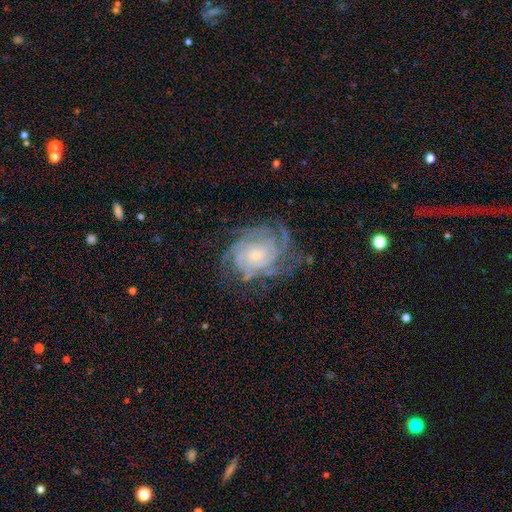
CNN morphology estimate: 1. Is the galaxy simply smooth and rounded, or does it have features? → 88% featured or disk, 6% star or artifact, 6% smooth.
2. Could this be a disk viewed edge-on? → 97% no, 3% yes.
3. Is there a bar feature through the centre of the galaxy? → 76% no, 20% weak, 5% strong.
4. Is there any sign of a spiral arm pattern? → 97% yes, 3% no.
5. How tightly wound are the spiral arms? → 72% tight, 24% medium, 5% loose.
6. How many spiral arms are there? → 28% 4, 25% can't tell, 16% more than 4, 15% 3, 10% 2, 6% 1.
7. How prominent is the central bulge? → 72% small, 23% moderate, 3% none, 2% large, 1% dominant.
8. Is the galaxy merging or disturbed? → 69% none, 19% minor disturbance, 10% major disturbance, 1% merger.